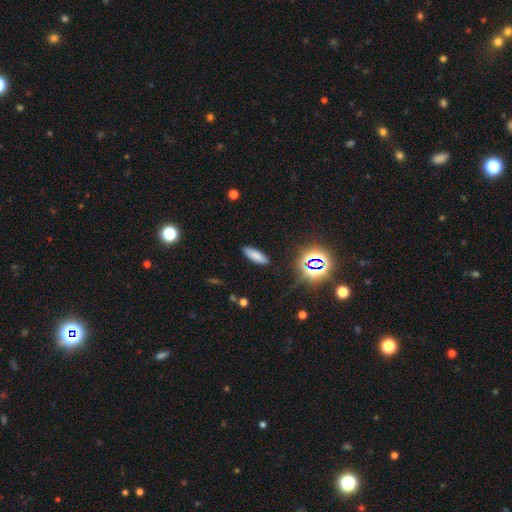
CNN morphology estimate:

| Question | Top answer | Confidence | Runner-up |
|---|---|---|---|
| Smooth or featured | smooth | 76% | star or artifact (15%) |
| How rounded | cigar-shaped | 49% | in between (48%) |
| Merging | none | 88% | minor disturbance (8%) |